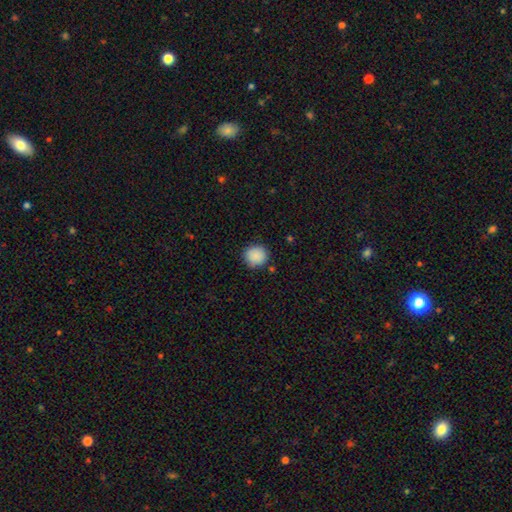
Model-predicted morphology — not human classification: Q: Smooth or featured?
A: smooth (89%); runner-up: star or artifact (8%)
Q: How rounded?
A: round (89%); runner-up: in between (10%)
Q: Merging?
A: none (88%); runner-up: minor disturbance (9%)